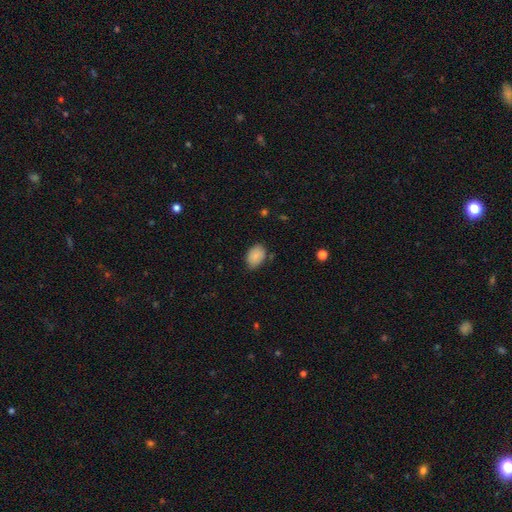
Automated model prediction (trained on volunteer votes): smooth_or_featured: smooth (p=0.87) [alt: star or artifact p=0.07]
how_rounded: in between (p=0.80) [alt: round p=0.19]
merging: none (p=0.73) [alt: minor disturbance p=0.21]